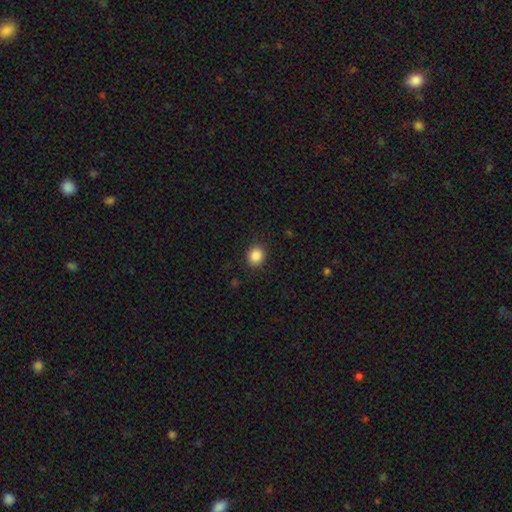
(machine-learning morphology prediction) type=smooth (87%); roundness=round (72%); merging=none (88%).